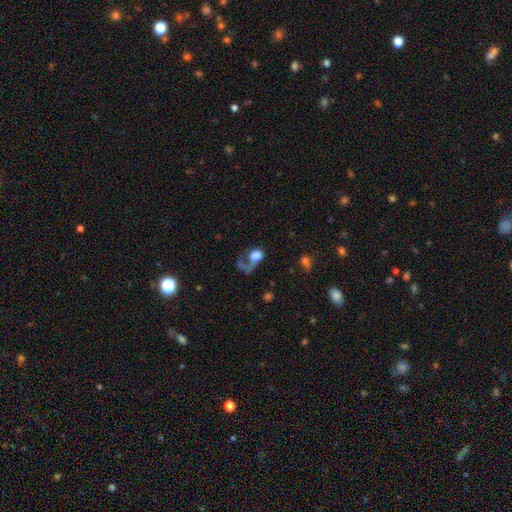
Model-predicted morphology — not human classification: Smooth or featured? Predicted: smooth (p=0.52). How rounded? Predicted: in between (p=0.54). Merging? Predicted: major disturbance (p=0.55).